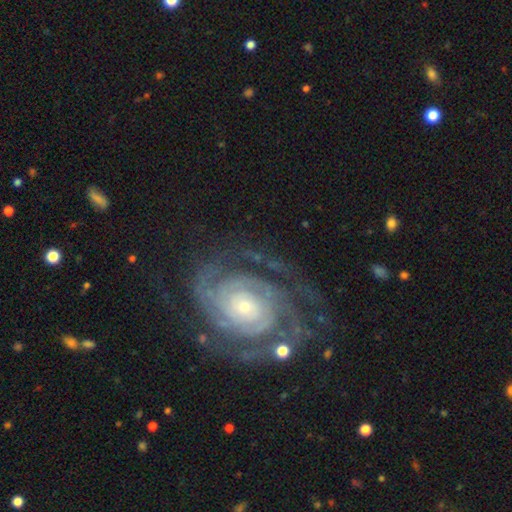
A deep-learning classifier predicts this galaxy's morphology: A featured or disk galaxy (89%) with no bar (71%), 2 (43%) tight (76%) spiral arms (98%) and a small central bulge (58%). Merging: none (74%).